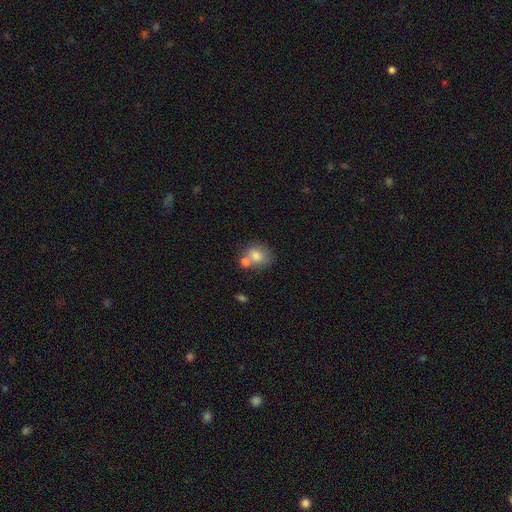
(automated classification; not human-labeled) smooth_or_featured: smooth (p=0.78) [alt: featured or disk p=0.12]
how_rounded: in between (p=0.51) [alt: round p=0.48]
merging: none (p=0.47) [alt: merger p=0.33]